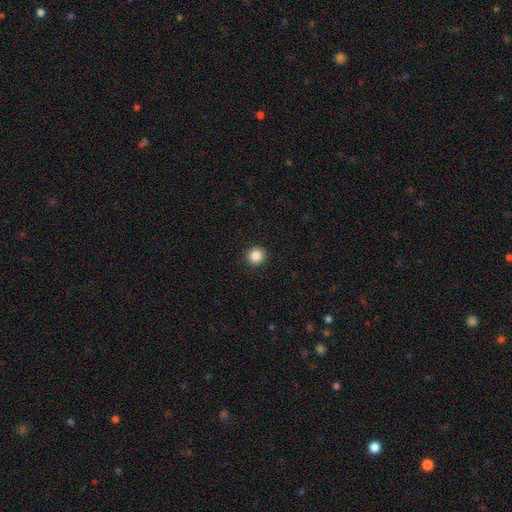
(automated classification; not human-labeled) Smooth or featured? smooth (87%)
How rounded? round (94%)
Merging? none (93%)